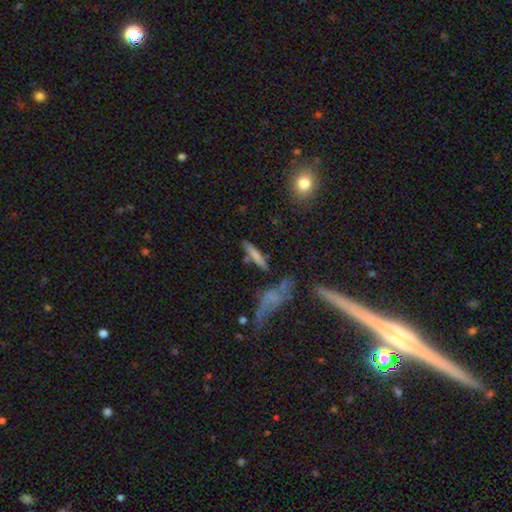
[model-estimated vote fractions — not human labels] A smooth galaxy with no disk features (71%) that is cigar-shaped (85%).

Vote fractions:
- Smooth or featured? smooth: 71% / featured or disk: 21% / star or artifact: 8%
- How rounded? cigar-shaped: 85% / in between: 13% / round: 2%
- Merging? none: 71% / minor disturbance: 14% / merger: 11% / major disturbance: 5%